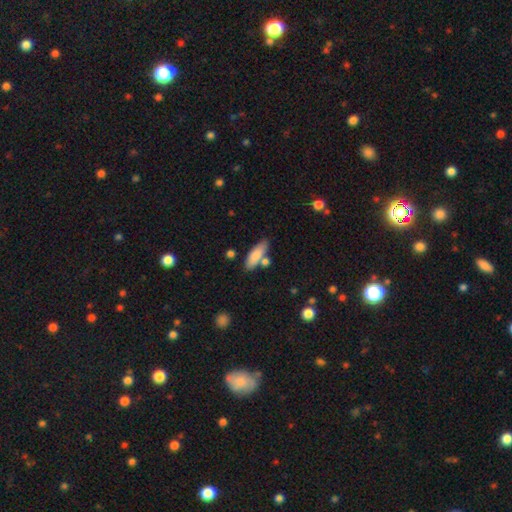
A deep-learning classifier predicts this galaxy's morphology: The model was most divided on "how rounded": in between: 55%, cigar-shaped: 42%, round: 2%. More confident: smooth or featured — smooth (82%); merging — none (69%).